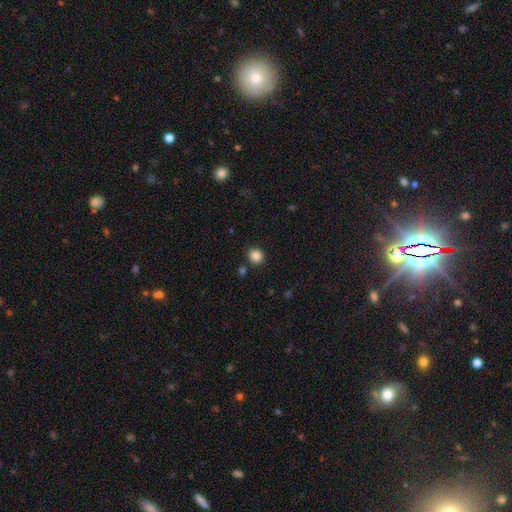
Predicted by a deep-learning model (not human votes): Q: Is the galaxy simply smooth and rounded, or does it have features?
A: smooth — 86%.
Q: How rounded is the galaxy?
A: round — 83%.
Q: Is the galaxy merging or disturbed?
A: none — 88%.